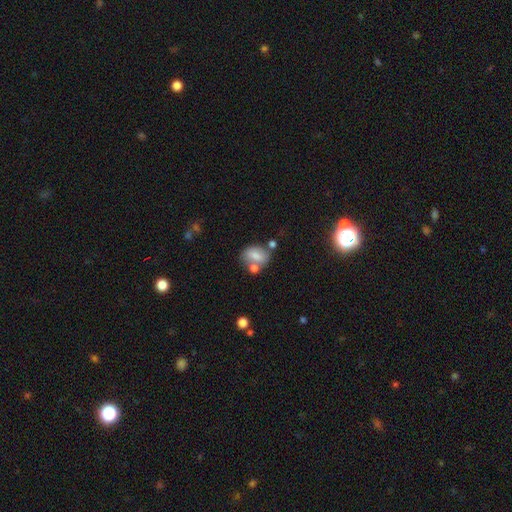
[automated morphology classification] This is likely a smooth galaxy (68%). How rounded: likely in between (64%). Merging: possibly none (47%).